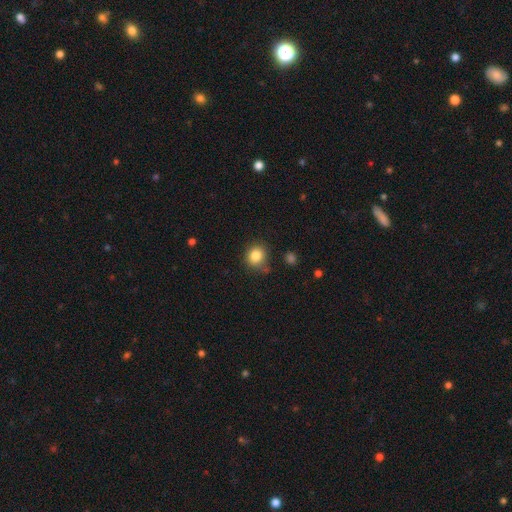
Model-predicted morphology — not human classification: type=smooth (83%); roundness=round (85%); merging=none (76%).